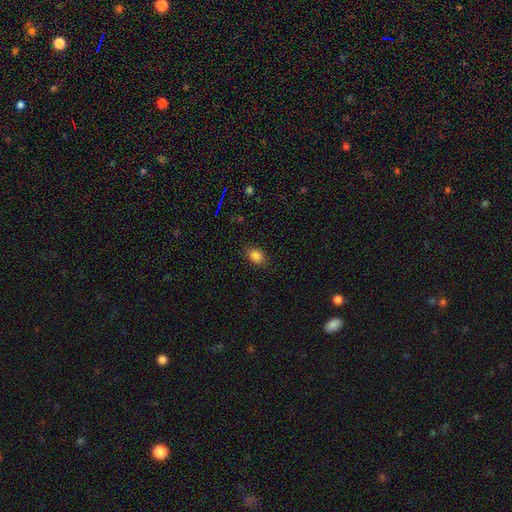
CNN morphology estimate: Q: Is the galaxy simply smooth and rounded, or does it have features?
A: smooth — 83%.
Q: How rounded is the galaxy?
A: in between — 78%.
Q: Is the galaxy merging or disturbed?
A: none — 82%.